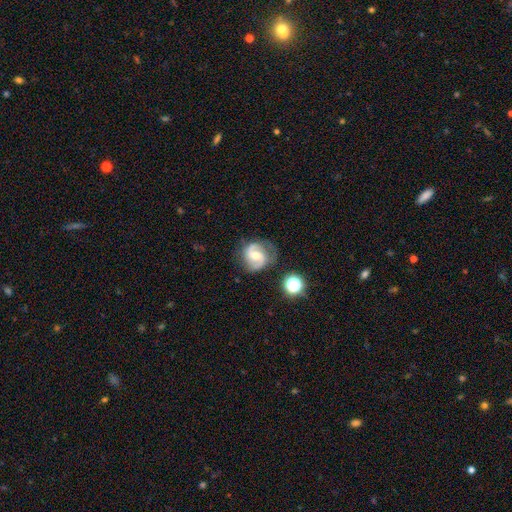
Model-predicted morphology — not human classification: A featured or disk galaxy (80%) with a weak bar (48%), 2 (88%) medium (54%) spiral arms (95%) and a moderate central bulge (58%). Merging: none (71%).